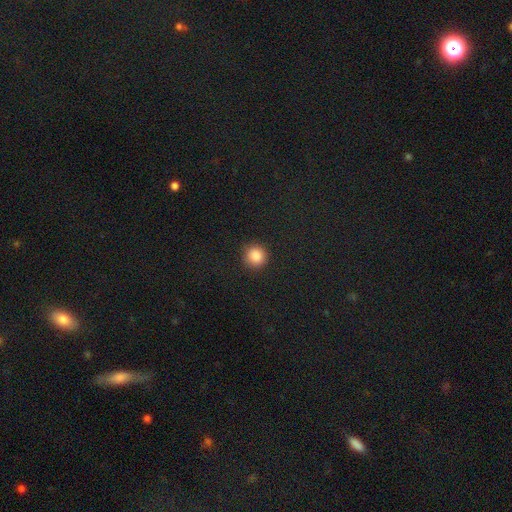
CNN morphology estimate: Smooth or featured?
  - smooth: 86% *
  - star or artifact: 10%
  - featured or disk: 3%
How rounded?
  - round: 94% *
  - in between: 5%
  - cigar-shaped: 1%
Merging?
  - none: 90% *
  - minor disturbance: 7%
  - major disturbance: 2%
  - merger: 1%